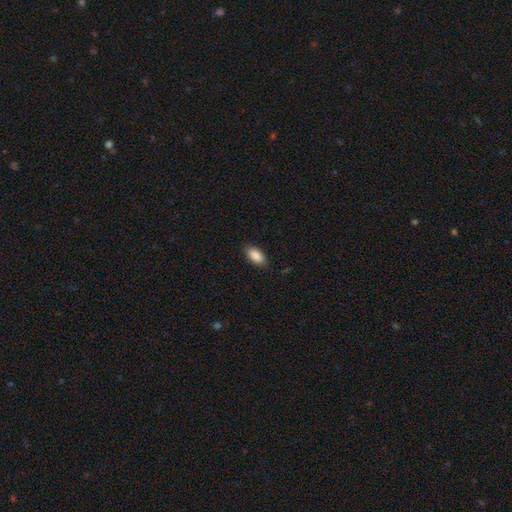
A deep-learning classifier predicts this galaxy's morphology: smooth-or-featured: smooth: 89% | star or artifact: 7% | featured or disk: 4%
  how-rounded: in between: 92% | cigar-shaped: 6% | round: 2%
  merging: none: 87% | minor disturbance: 10% | major disturbance: 2% | merger: 1%